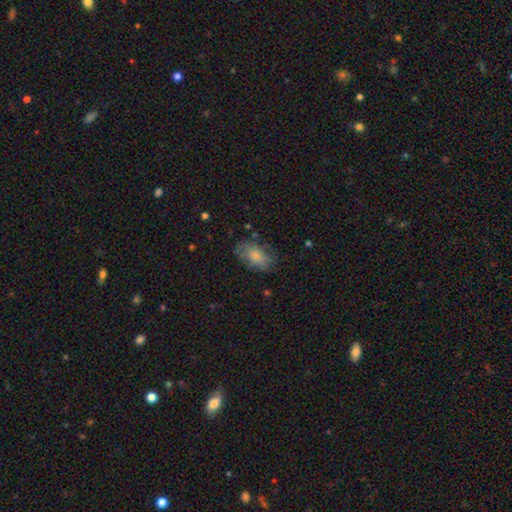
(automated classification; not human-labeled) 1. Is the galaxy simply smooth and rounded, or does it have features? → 71% smooth, 21% featured or disk, 8% star or artifact.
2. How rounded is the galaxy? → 89% in between, 9% round, 2% cigar-shaped.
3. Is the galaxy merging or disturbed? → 65% none, 24% minor disturbance, 10% major disturbance, 2% merger.